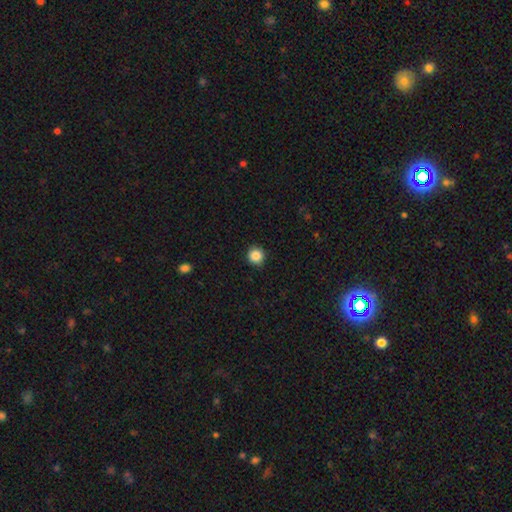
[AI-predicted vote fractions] This appears to be a smooth galaxy with no disk features (87%) that is round (94%). Merging: none (92%).